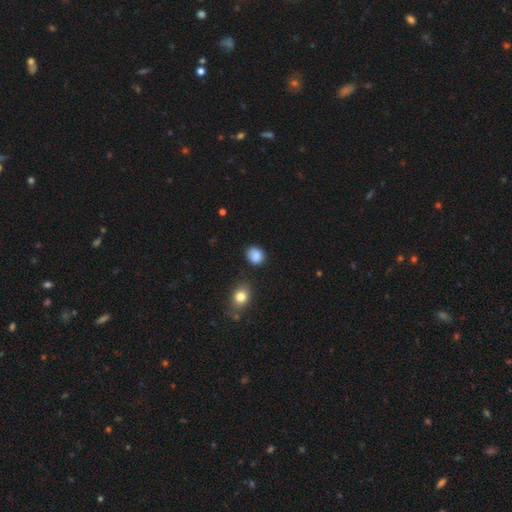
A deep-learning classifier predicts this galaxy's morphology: This is clearly a smooth galaxy (87%). How rounded: likely round (69%). Merging: clearly none (82%).